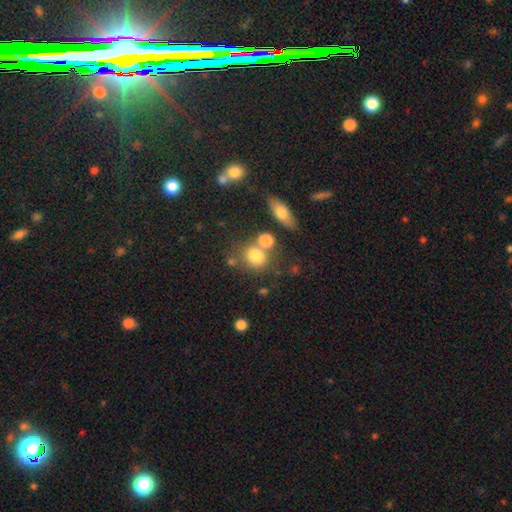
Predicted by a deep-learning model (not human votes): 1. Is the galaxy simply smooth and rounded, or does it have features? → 76% smooth, 12% star or artifact, 11% featured or disk.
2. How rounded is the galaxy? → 76% round, 22% in between, 2% cigar-shaped.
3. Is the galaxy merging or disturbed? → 59% none, 25% merger, 11% minor disturbance, 5% major disturbance.